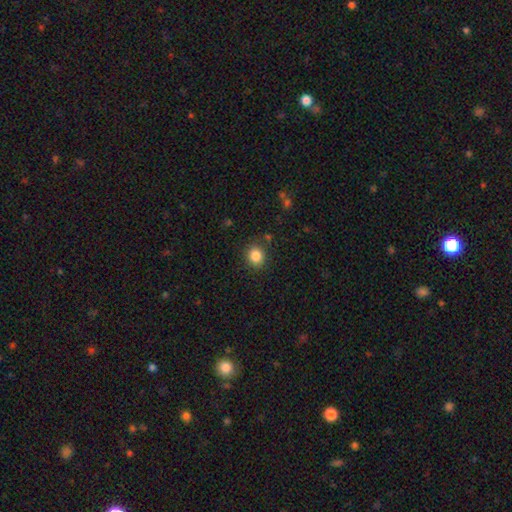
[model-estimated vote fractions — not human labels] A smooth galaxy with no disk features (85%) that is round (81%). Merging: none (86%).